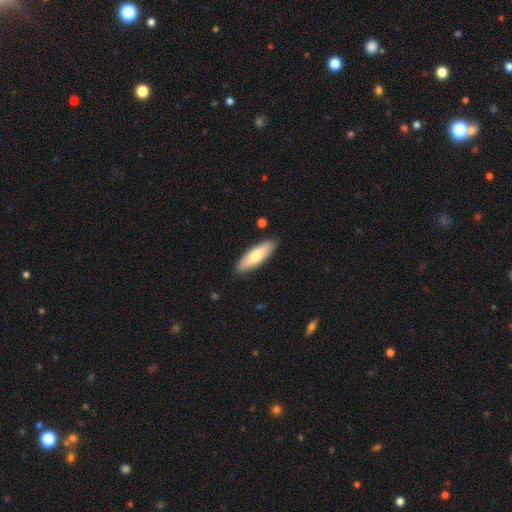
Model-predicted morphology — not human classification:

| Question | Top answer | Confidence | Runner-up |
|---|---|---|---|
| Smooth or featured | smooth | 73% | featured or disk (22%) |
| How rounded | in between | 53% | cigar-shaped (45%) |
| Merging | none | 87% | minor disturbance (9%) |